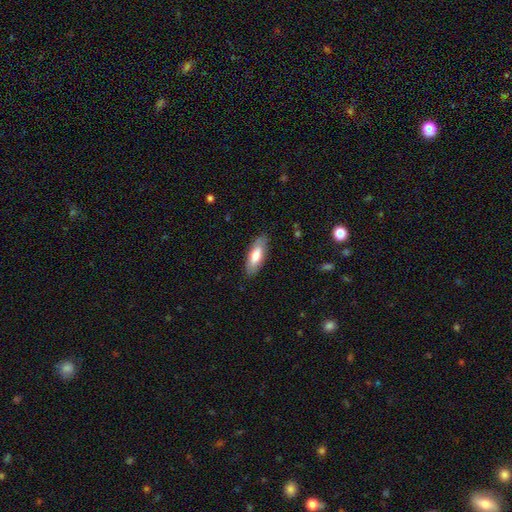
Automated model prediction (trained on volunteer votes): Overall: smooth (70%). How rounded: in between (71%). Merging: none (85%).